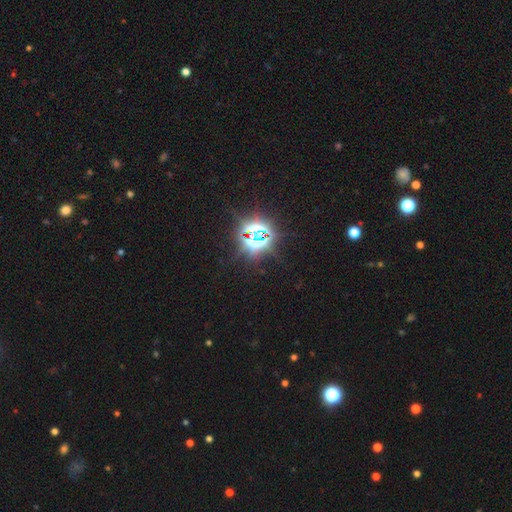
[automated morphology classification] smooth_or_featured: star or artifact (p=0.83) [alt: smooth p=0.12]